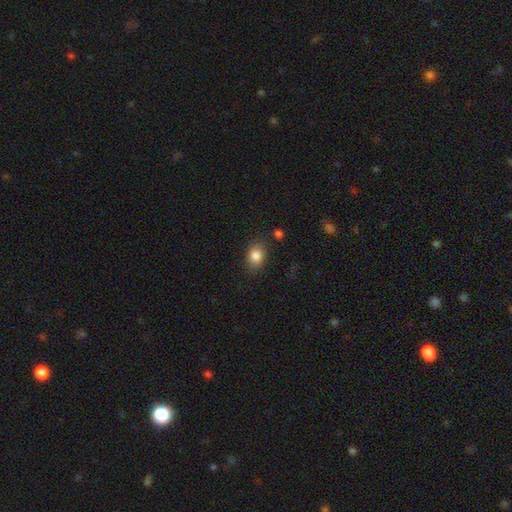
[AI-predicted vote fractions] A smooth galaxy with no disk features (84%) that is in between round and cigar-shaped (71%).

Vote fractions:
- Smooth or featured? smooth: 84% / star or artifact: 9% / featured or disk: 7%
- How rounded? in between: 71% / round: 28% / cigar-shaped: 1%
- Merging? none: 82% / minor disturbance: 12% / major disturbance: 4% / merger: 2%